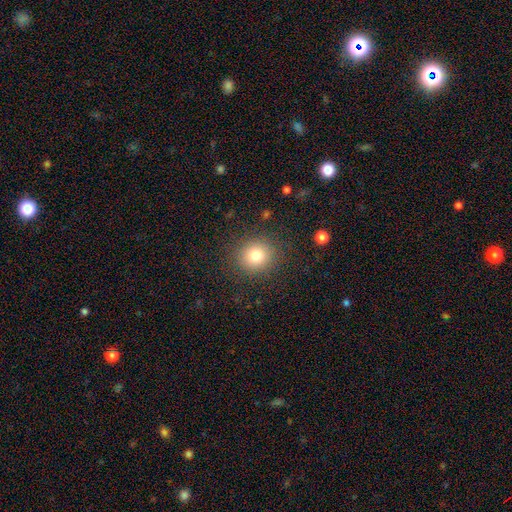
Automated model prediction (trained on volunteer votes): Overall: smooth (79%). How rounded: round (88%). Merging: none (88%).